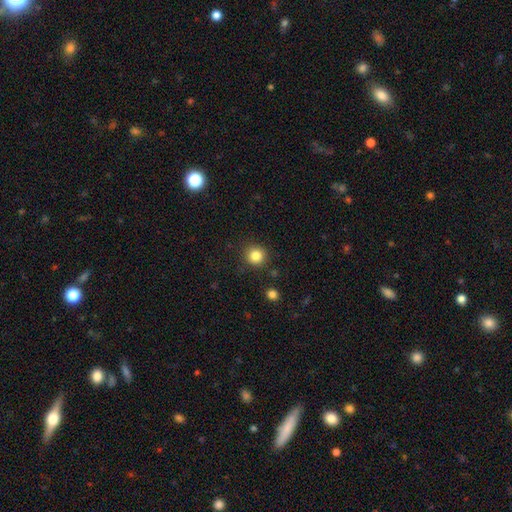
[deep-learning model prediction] smooth-or-featured: smooth: 83% | star or artifact: 12% | featured or disk: 5%
  how-rounded: round: 93% | in between: 6% | cigar-shaped: 1%
  merging: none: 89% | minor disturbance: 7% | major disturbance: 2% | merger: 2%